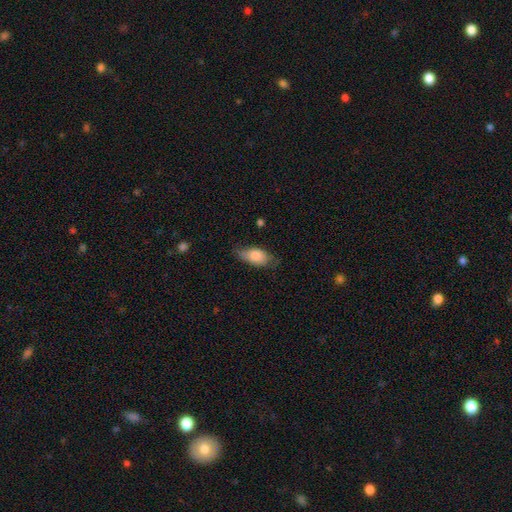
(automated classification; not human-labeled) Smooth or featured? Predicted: smooth (p=0.81). How rounded? Predicted: in between (p=0.89). Merging? Predicted: none (p=0.59).